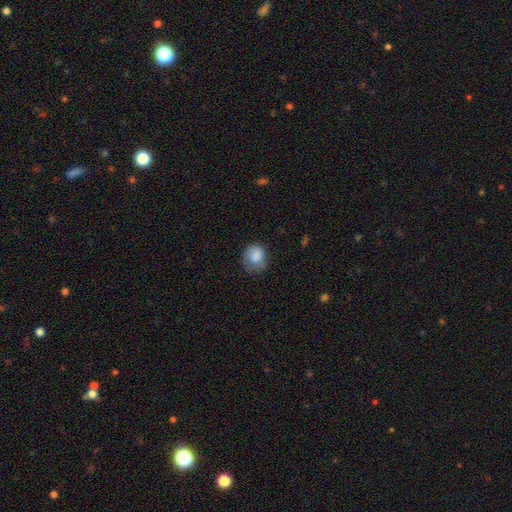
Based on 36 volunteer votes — Morphology: type=smooth (89%); roundness=round (72%); merging=none (65%).